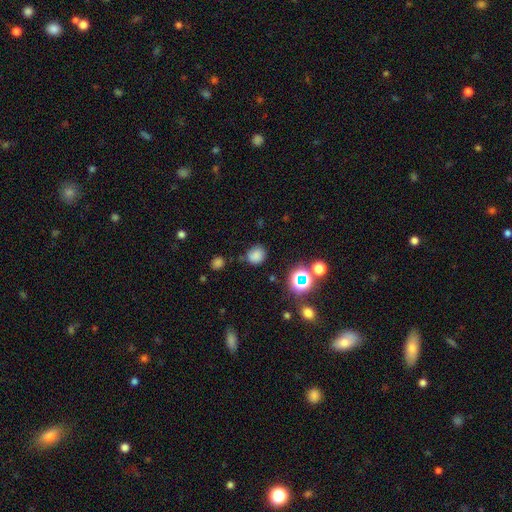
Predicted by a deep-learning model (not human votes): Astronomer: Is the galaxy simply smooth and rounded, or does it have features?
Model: smooth — 75%.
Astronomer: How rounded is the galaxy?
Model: round — 75%.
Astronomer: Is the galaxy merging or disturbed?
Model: none — 73%.